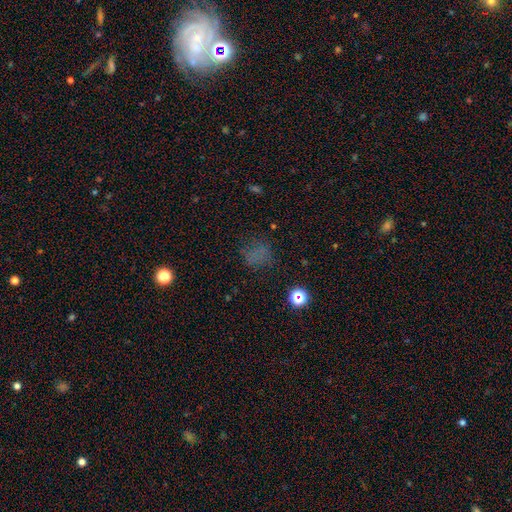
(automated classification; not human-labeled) Smooth or featured? smooth (55%)
How rounded? round (71%)
Merging? none (67%)